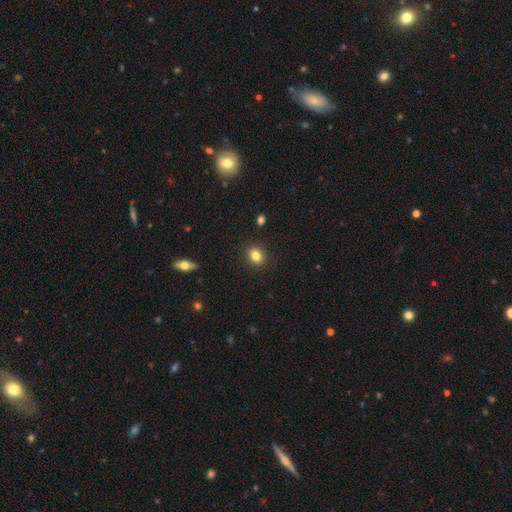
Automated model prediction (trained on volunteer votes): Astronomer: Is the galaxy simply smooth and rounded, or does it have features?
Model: smooth — 82%.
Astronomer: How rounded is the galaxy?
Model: round — 72%.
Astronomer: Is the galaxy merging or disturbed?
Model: none — 90%.